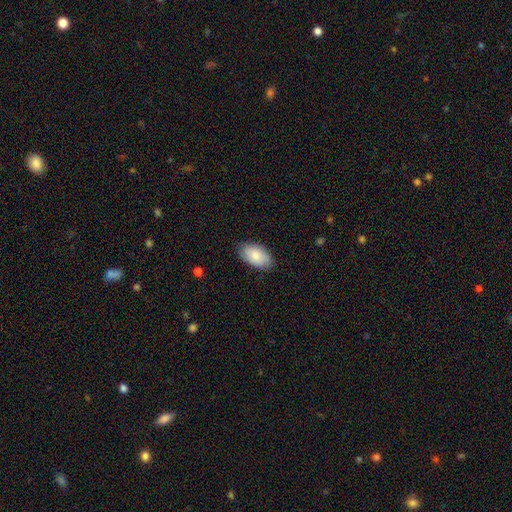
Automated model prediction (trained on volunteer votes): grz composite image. It shows a smooth galaxy with no disk features (83%) that is in between round and cigar-shaped (94%). Merging: none (82%).